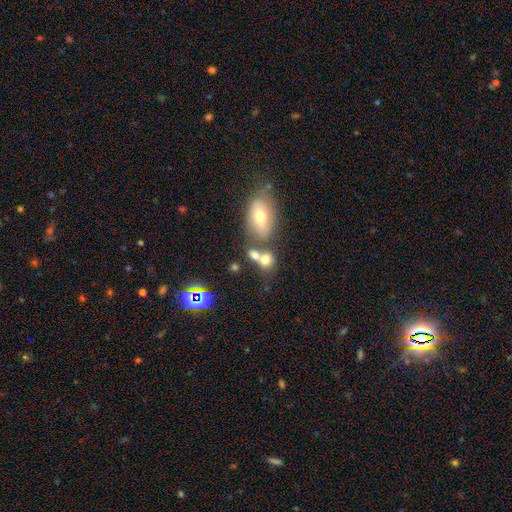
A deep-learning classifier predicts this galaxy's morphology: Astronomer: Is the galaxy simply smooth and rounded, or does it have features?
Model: smooth — 71%.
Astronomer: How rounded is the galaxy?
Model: in between — 49% (runner-up: round, 48%).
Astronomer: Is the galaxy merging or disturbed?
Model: merger — 48% (runner-up: none, 37%).